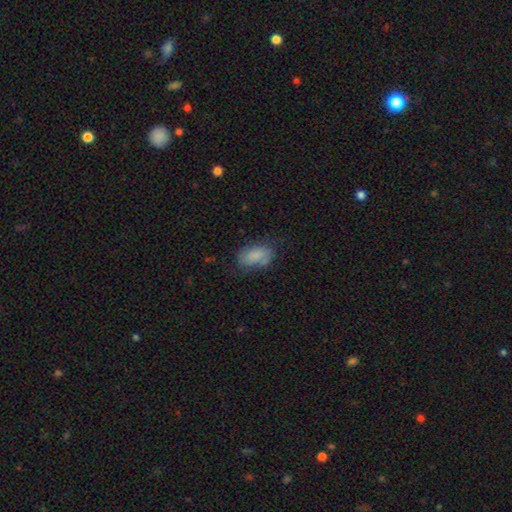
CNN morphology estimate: This appears to be a smooth galaxy with no disk features (79%) that is in between round and cigar-shaped (92%). Merging: none (64%).